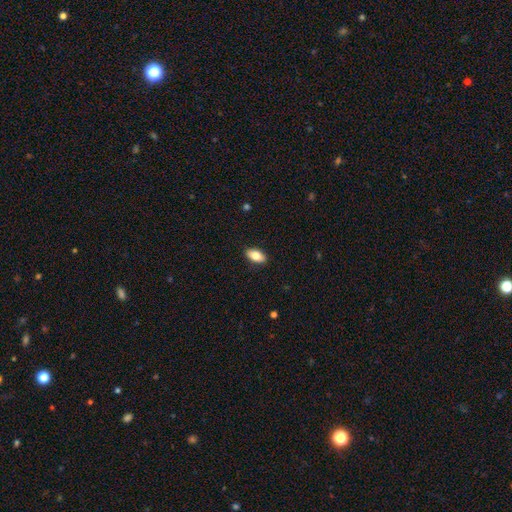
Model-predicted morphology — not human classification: smooth-or-featured: smooth: 81% | featured or disk: 12% | star or artifact: 7%
  how-rounded: in between: 92% | cigar-shaped: 4% | round: 4%
  merging: none: 90% | minor disturbance: 8% | major disturbance: 2% | merger: 1%